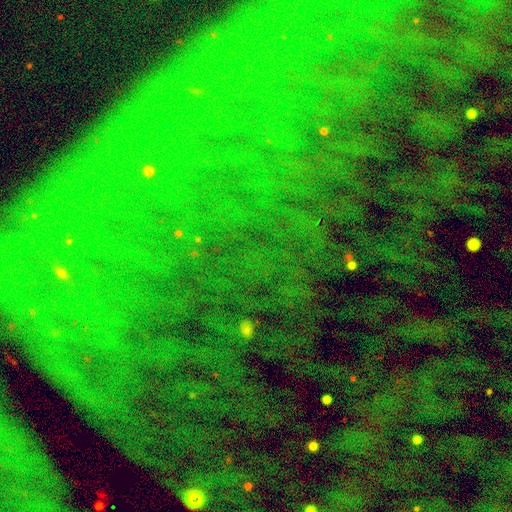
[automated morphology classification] This appears to be a star or artifact, not a galaxy (85%).